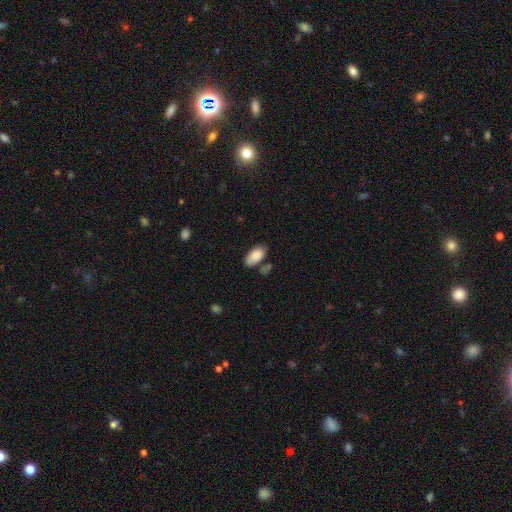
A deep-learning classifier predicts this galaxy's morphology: This is clearly a smooth galaxy (88%). How rounded: clearly in between (94%). Merging: likely none (68%).